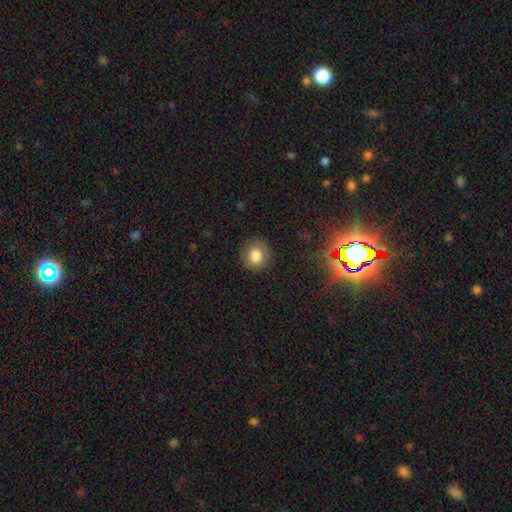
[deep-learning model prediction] This is clearly a smooth galaxy (81%). How rounded: clearly round (87%). Merging: clearly none (88%).